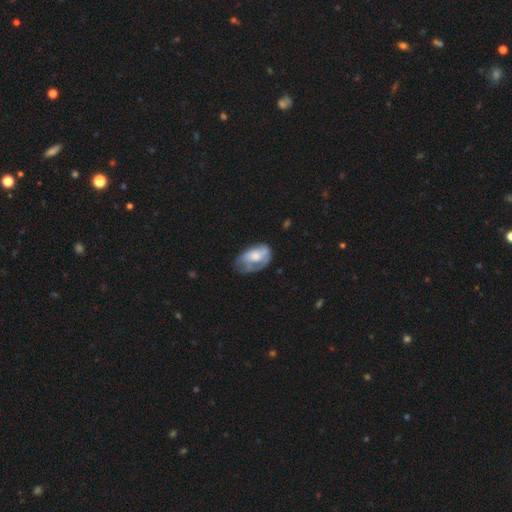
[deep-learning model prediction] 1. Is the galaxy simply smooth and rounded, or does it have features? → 49% smooth, 44% featured or disk, 7% star or artifact.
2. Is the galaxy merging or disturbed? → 38% none, 33% minor disturbance, 26% major disturbance, 3% merger.